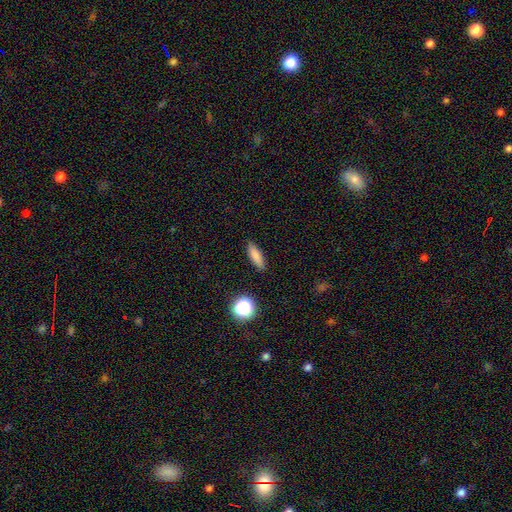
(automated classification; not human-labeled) smooth_or_featured: smooth (p=0.82) [alt: star or artifact p=0.10]
how_rounded: cigar-shaped (p=0.53) [alt: in between p=0.43]
merging: none (p=0.88) [alt: minor disturbance p=0.09]